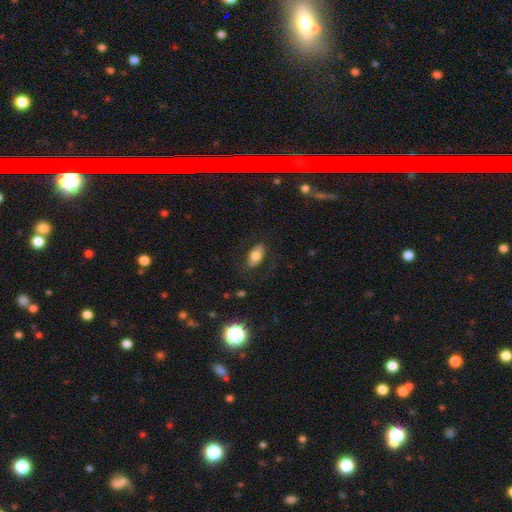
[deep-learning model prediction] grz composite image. It shows a smooth galaxy with no disk features (72%) that is in between round and cigar-shaped (91%). Merging: none (78%).